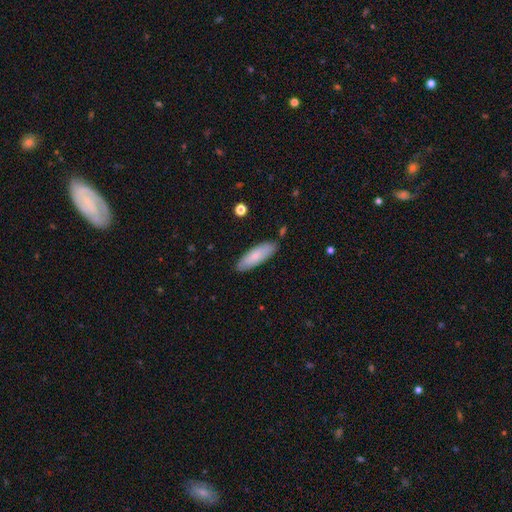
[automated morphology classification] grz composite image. It shows a smooth galaxy with no disk features (79%) that is in between round and cigar-shaped (52%). Merging: none (85%).